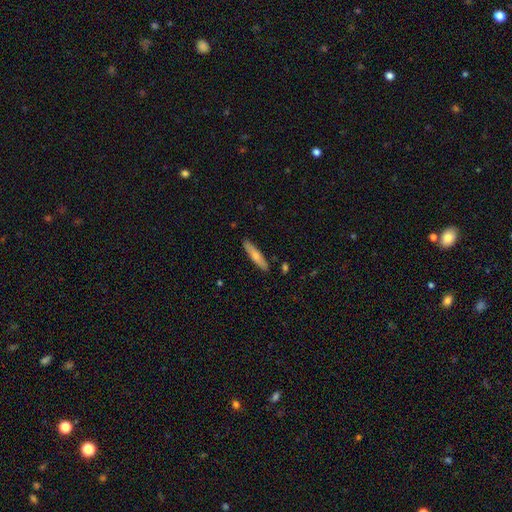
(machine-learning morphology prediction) Smooth or featured? smooth (67%)
How rounded? cigar-shaped (84%)
Merging? none (88%)